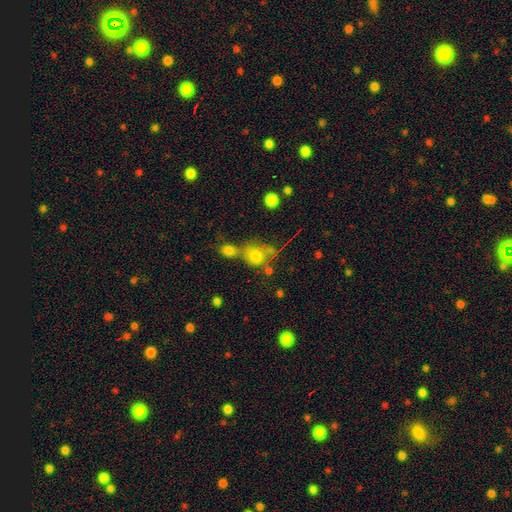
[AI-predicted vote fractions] Overall: smooth (72%). How rounded: round (67%; in between 32%). Merging: merger (41%; none 35%).